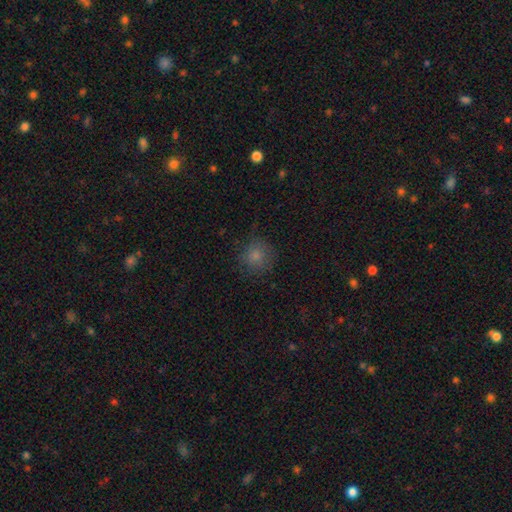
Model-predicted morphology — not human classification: Smooth or featured: smooth — 81% (star or artifact — 12%)
How rounded: round — 90% (in between — 9%)
Merging: none — 79% (minor disturbance — 15%)